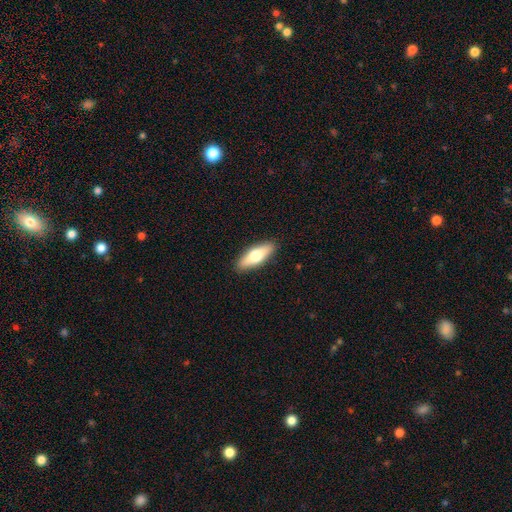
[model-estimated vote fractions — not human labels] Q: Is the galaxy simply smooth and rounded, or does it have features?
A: smooth — 62%.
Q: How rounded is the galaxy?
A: in between — 54%.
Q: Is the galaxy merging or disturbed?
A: none — 90%.